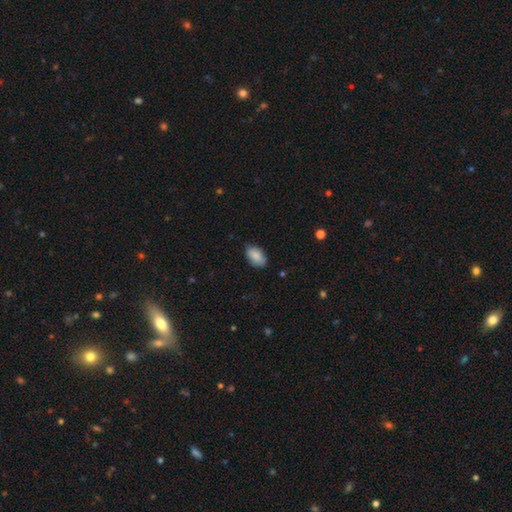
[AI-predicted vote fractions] Q: Smooth or featured?
A: smooth (86%); runner-up: featured or disk (7%)
Q: How rounded?
A: in between (93%); runner-up: round (6%)
Q: Merging?
A: none (78%); runner-up: minor disturbance (18%)